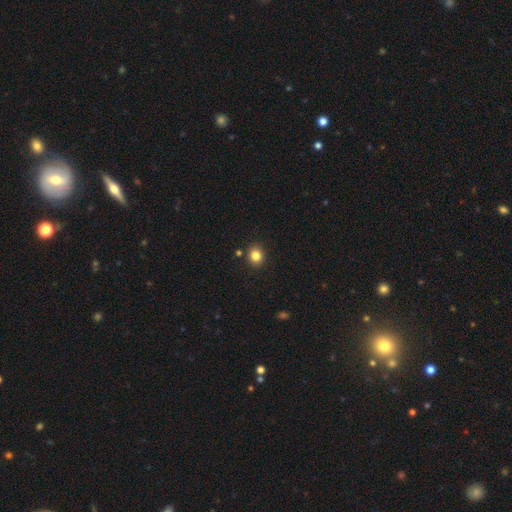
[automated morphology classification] A smooth galaxy with no disk features (83%) that is round (75%). Merging: none (88%).